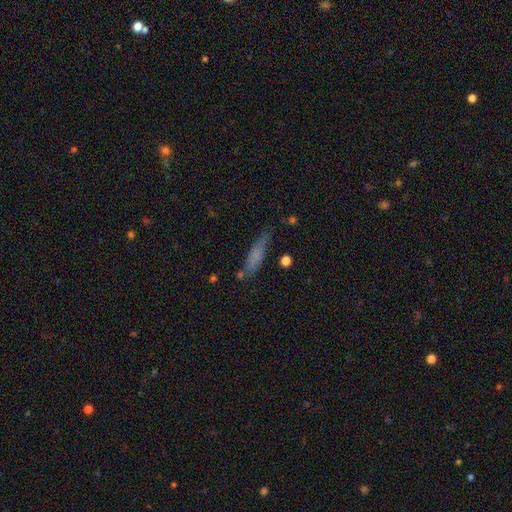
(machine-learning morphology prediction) This is likely a smooth galaxy (64%). How rounded: likely cigar-shaped (77%). Merging: likely none (67%).